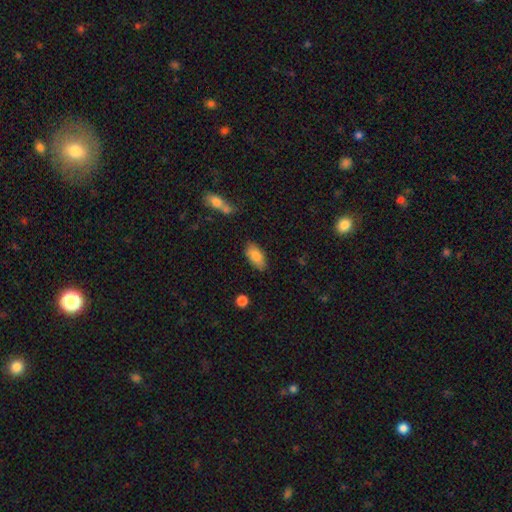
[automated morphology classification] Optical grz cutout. It shows a smooth galaxy with no disk features (82%) that is in between round and cigar-shaped (91%). Merging: none (81%).